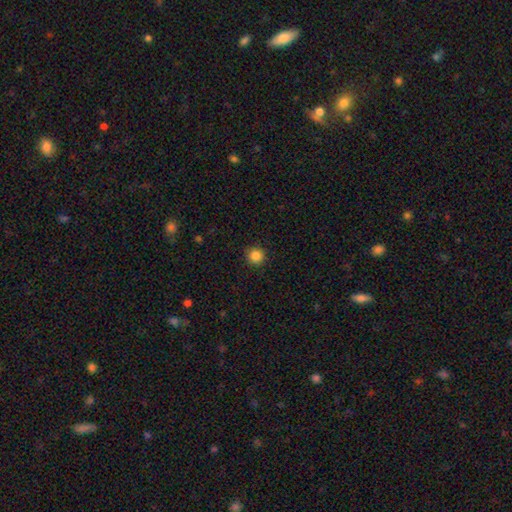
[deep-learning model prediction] This appears to be a smooth galaxy with no disk features (86%) that is round (95%). Merging: none (92%).